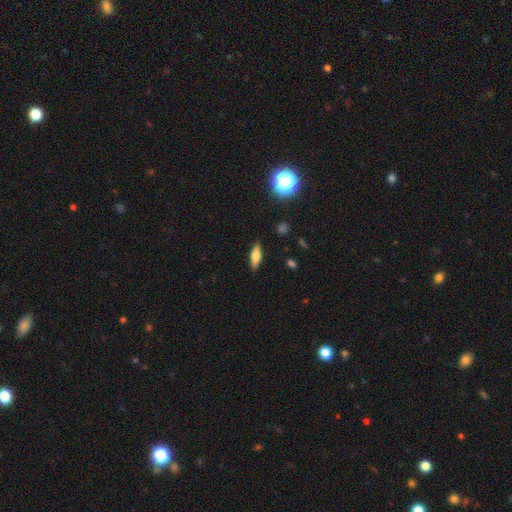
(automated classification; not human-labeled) smooth 62%, featured or disk 29%, star or artifact 9%. Down the decision tree: how rounded — in between (50%); merging — none (87%).